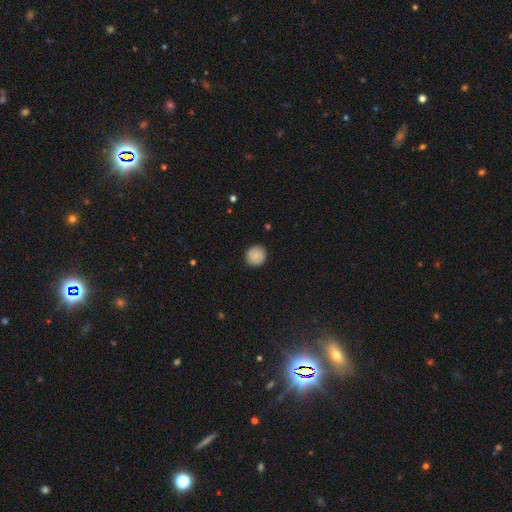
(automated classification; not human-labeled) A smooth galaxy with no disk features (83%) that is round (92%).

Vote fractions:
- Smooth or featured? smooth: 83% / featured or disk: 9% / star or artifact: 7%
- How rounded? round: 92% / in between: 7% / cigar-shaped: 1%
- Merging? none: 90% / minor disturbance: 7% / major disturbance: 2% / merger: 1%